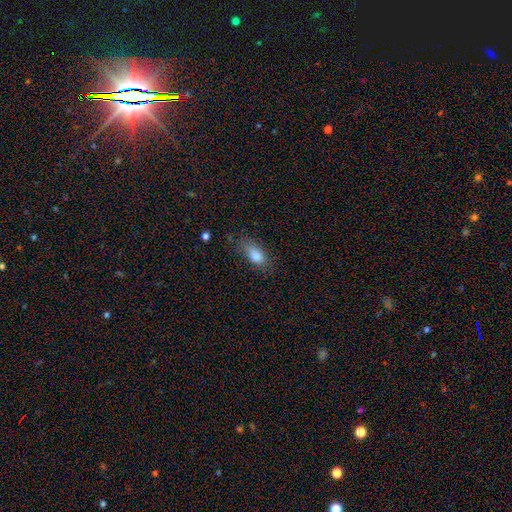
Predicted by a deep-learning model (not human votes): smooth 83%, star or artifact 9%, featured or disk 9%. Down the decision tree: how rounded — in between (85%); merging — none (67%).